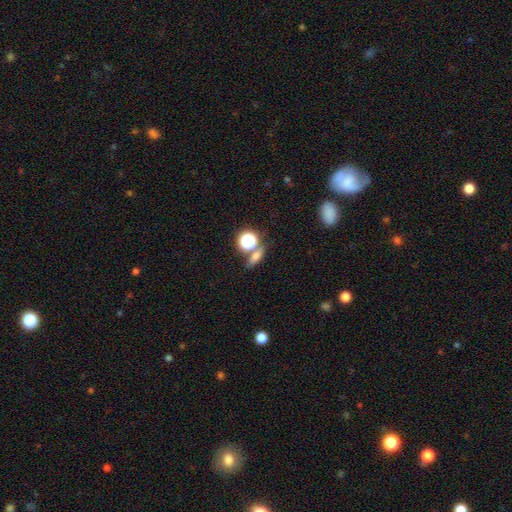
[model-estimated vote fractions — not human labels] Overall: smooth (61%; star or artifact 23%). How rounded: in between (42%; round 33%). Merging: none (65%).